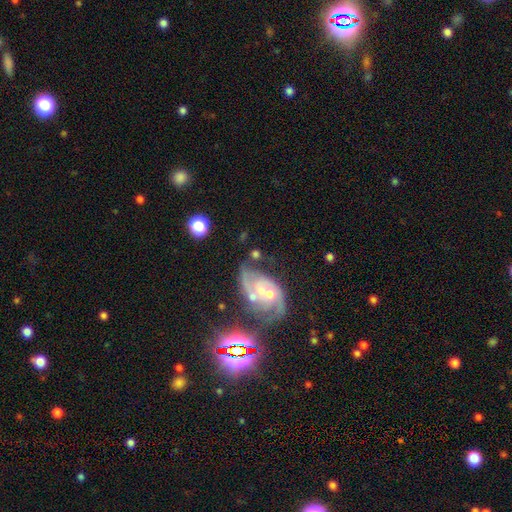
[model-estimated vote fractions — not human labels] A featured or disk galaxy (68%) with no bar (57%), 2 (69%) medium (46%) spiral arms (89%) and a small central bulge (48%). Merging: none (39%).